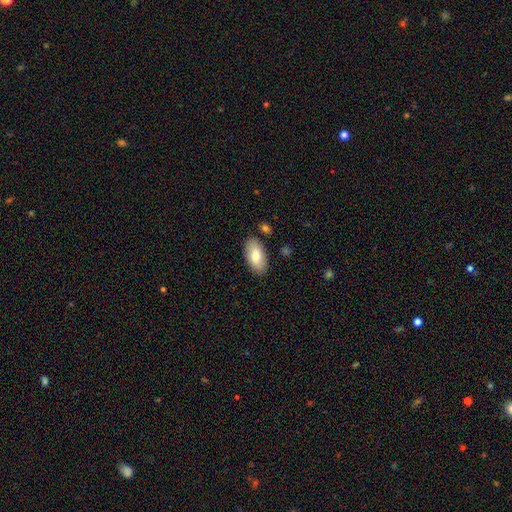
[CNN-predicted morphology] smooth_or_featured: smooth (p=0.77) [alt: featured or disk p=0.17]
how_rounded: in between (p=0.93) [alt: cigar-shaped p=0.04]
merging: none (p=0.84) [alt: minor disturbance p=0.11]